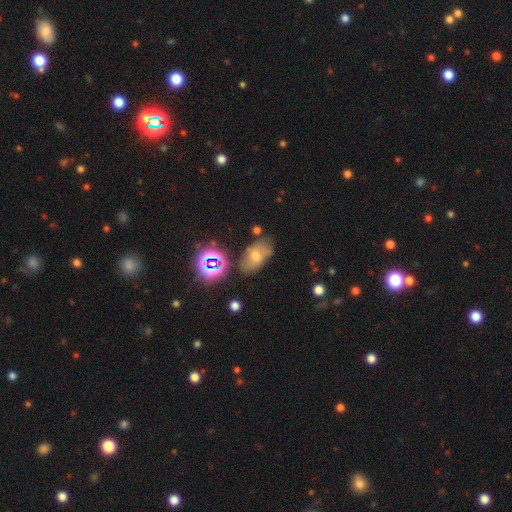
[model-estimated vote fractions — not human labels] Q: Smooth or featured?
A: smooth (50%); runner-up: featured or disk (28%)
Q: How rounded?
A: in between (87%); runner-up: round (11%)
Q: Merging?
A: none (65%); runner-up: minor disturbance (21%)